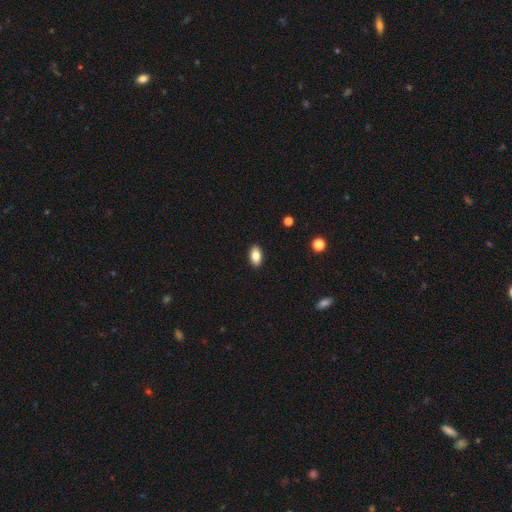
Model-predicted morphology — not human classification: This appears to be a smooth galaxy with no disk features (83%) that is in between round and cigar-shaped (92%). Merging: none (90%).